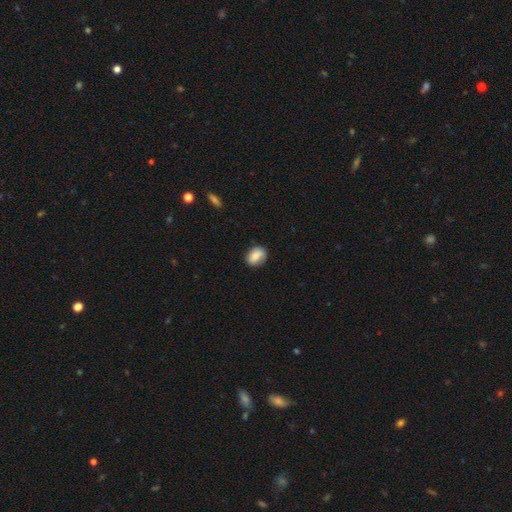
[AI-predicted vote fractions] Smooth or featured? smooth (77%)
How rounded? in between (59%)
Merging? none (78%)